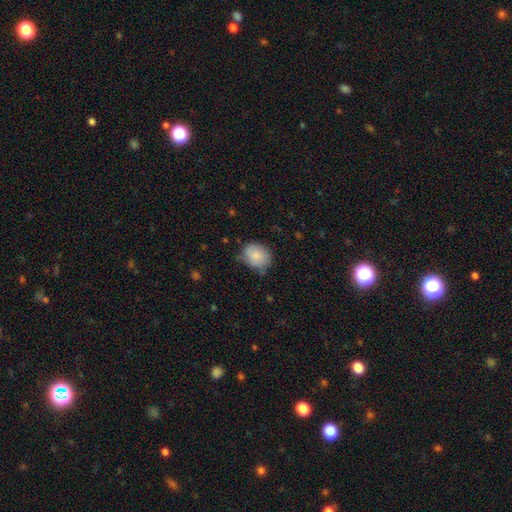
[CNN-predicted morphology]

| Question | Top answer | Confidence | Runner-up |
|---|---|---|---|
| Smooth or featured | smooth | 83% | featured or disk (9%) |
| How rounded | round | 54% | in between (45%) |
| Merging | none | 64% | minor disturbance (28%) |